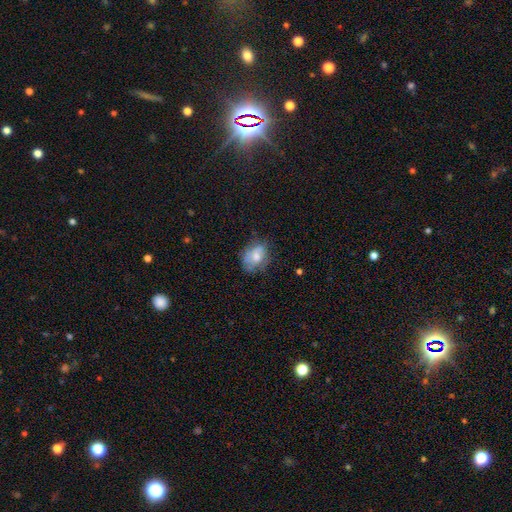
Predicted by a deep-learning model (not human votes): A smooth galaxy with no disk features (59%) that is in between round and cigar-shaped (68%).

Vote fractions:
- Smooth or featured? smooth: 59% / featured or disk: 32% / star or artifact: 9%
- How rounded? in between: 68% / round: 31% / cigar-shaped: 1%
- Merging? none: 54% / minor disturbance: 30% / major disturbance: 14% / merger: 3%